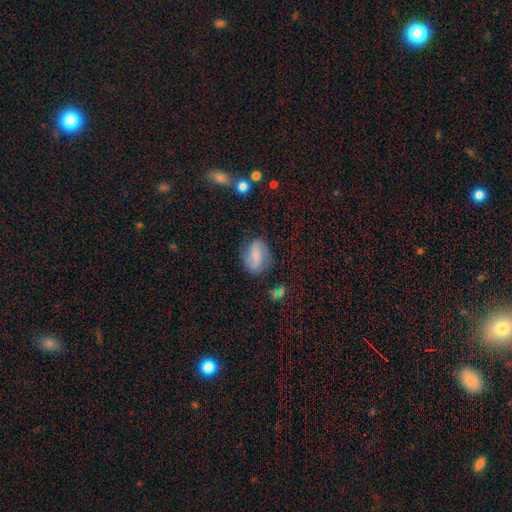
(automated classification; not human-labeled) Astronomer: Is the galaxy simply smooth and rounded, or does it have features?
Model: smooth — 49% (runner-up: featured or disk, 40%).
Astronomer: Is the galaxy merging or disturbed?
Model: none — 66%.